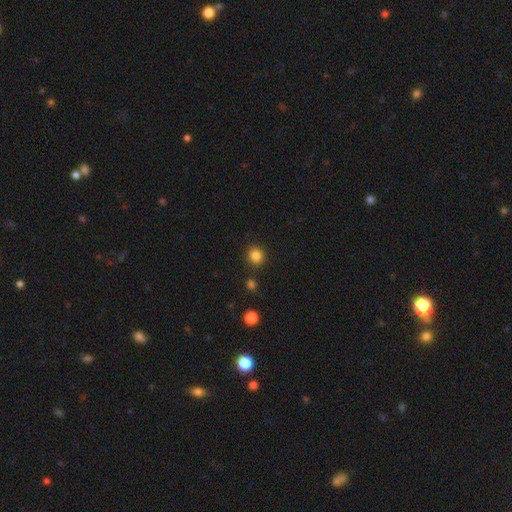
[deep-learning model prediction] smooth-or-featured: smooth: 84% | star or artifact: 12% | featured or disk: 4%
  how-rounded: round: 88% | in between: 11% | cigar-shaped: 1%
  merging: none: 88% | minor disturbance: 7% | merger: 4% | major disturbance: 2%